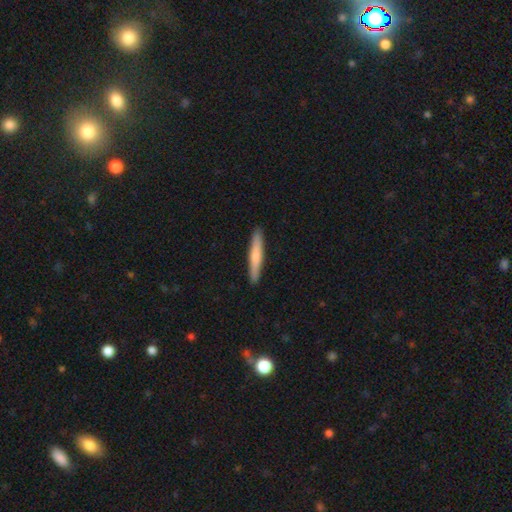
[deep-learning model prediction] Smooth or featured?
  - smooth: 66% *
  - featured or disk: 29%
  - star or artifact: 5%
How rounded?
  - cigar-shaped: 95% *
  - in between: 4%
  - round: 1%
Merging?
  - none: 92% *
  - minor disturbance: 6%
  - major disturbance: 1%
  - merger: 1%